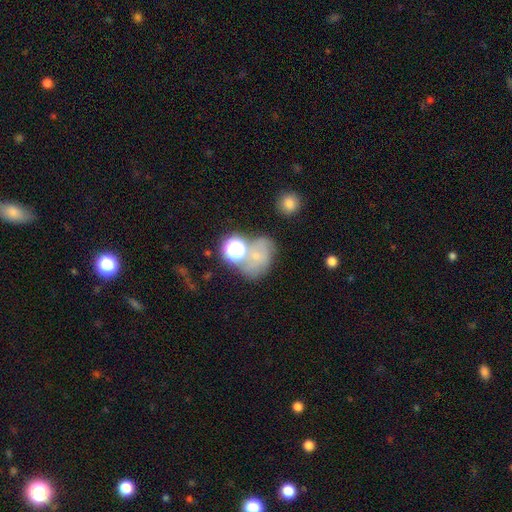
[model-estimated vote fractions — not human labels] smooth 46%, featured or disk 29%, star or artifact 25%. Down the decision tree: merging — none (40%).